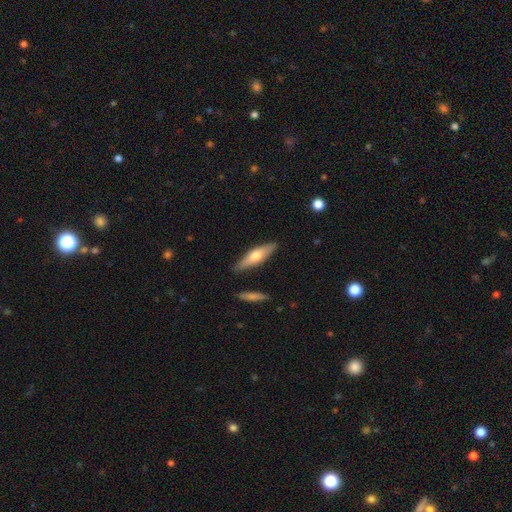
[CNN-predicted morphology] Smooth or featured? Predicted: smooth (p=0.53). How rounded? Predicted: cigar-shaped (p=0.65). Merging? Predicted: none (p=0.86).